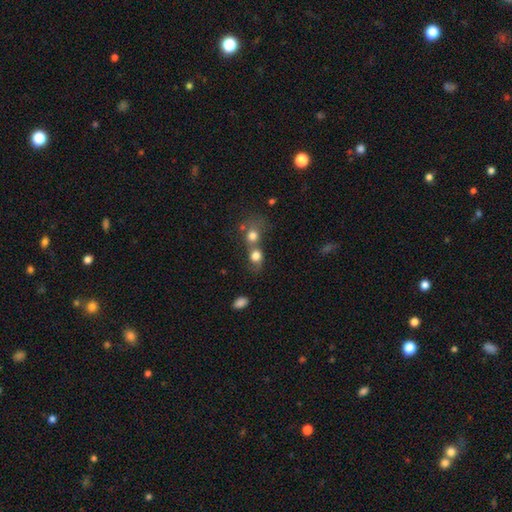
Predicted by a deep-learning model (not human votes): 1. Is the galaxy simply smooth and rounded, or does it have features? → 75% smooth, 14% featured or disk, 11% star or artifact.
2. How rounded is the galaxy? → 65% round, 33% in between, 2% cigar-shaped.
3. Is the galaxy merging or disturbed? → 63% merger, 22% none, 7% major disturbance, 7% minor disturbance.